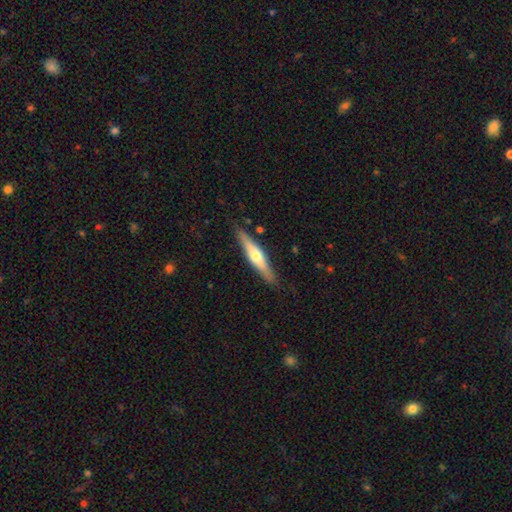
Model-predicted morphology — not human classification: This is possibly a featured or disk galaxy (60%). It is clearly viewed edge-on (94%). Edge-on bulge: clearly rounded (90%). Merging: clearly none (87%).